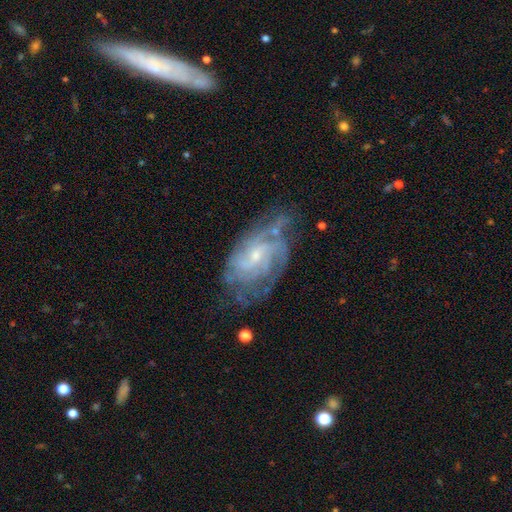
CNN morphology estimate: Smooth or featured? featured or disk (83%)
Edge-on disk? no (96%)
Bar? no (55%)
Spiral arms? yes (93%)
Spiral winding? tight (52%)
Spiral arm count? can't tell (37%)
Bulge size? small (69%)
Merging? none (59%)